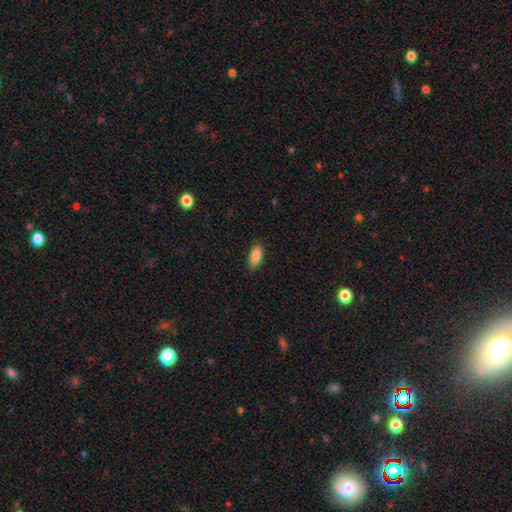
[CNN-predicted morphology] Overall: smooth (86%). How rounded: in between (88%). Merging: none (87%).